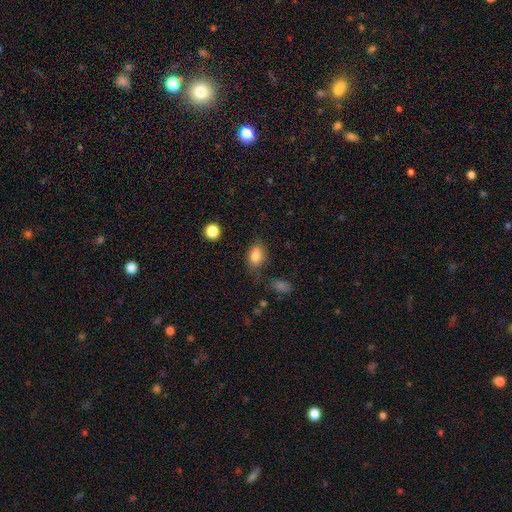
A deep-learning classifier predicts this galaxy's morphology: This appears to be a smooth galaxy with no disk features (84%) that is in between round and cigar-shaped (81%). Merging: none (67%).